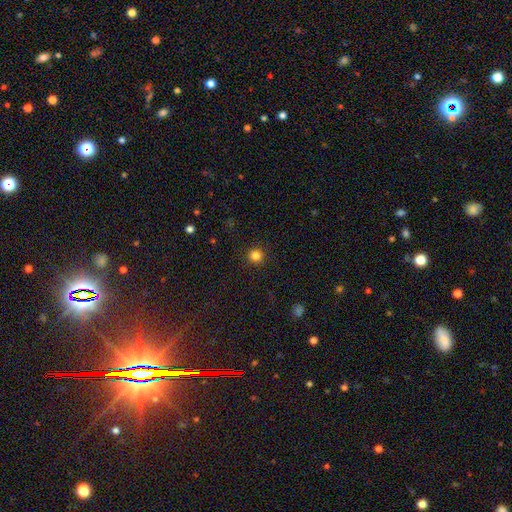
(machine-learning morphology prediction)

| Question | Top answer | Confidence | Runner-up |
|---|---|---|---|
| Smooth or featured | smooth | 83% | star or artifact (13%) |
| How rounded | round | 93% | in between (6%) |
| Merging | none | 92% | minor disturbance (5%) |